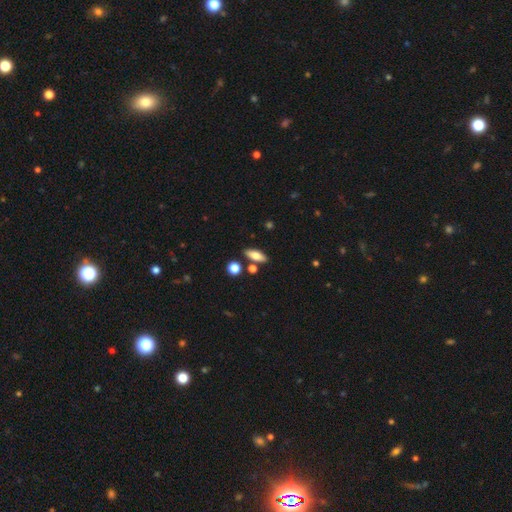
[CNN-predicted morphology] smooth 76%, featured or disk 16%, star or artifact 8%. Down the decision tree: how rounded — in between (73%); merging — none (79%).